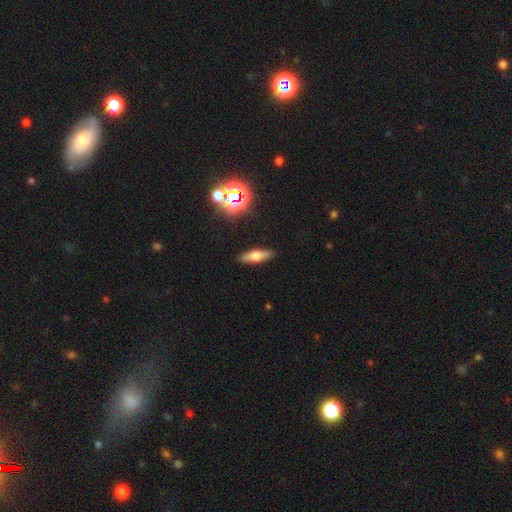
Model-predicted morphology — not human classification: smooth 51%, featured or disk 37%, star or artifact 12%. Down the decision tree: how rounded — cigar-shaped (54%); merging — none (89%).